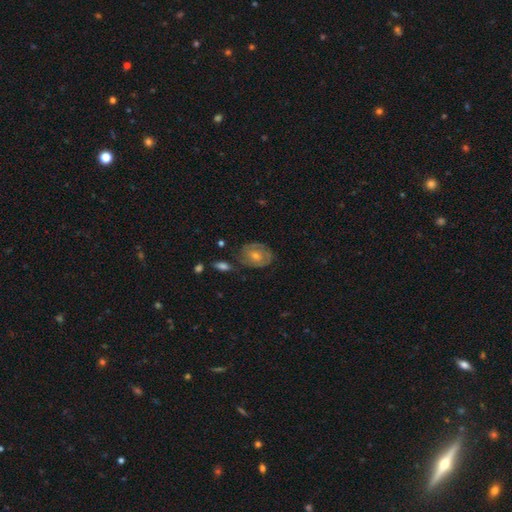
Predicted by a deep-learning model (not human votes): smooth-or-featured: featured or disk: 57% | smooth: 32% | star or artifact: 11%
  disk-edge-on: no: 95% | yes: 5%
    bar: no: 78% | weak: 18% | strong: 4%
    has-spiral-arms: yes: 66% | no: 34%
    bulge-size: moderate: 60% | small: 34% | large: 3% | none: 2% | dominant: 1%
  merging: none: 74% | minor disturbance: 16% | major disturbance: 5% | merger: 4%